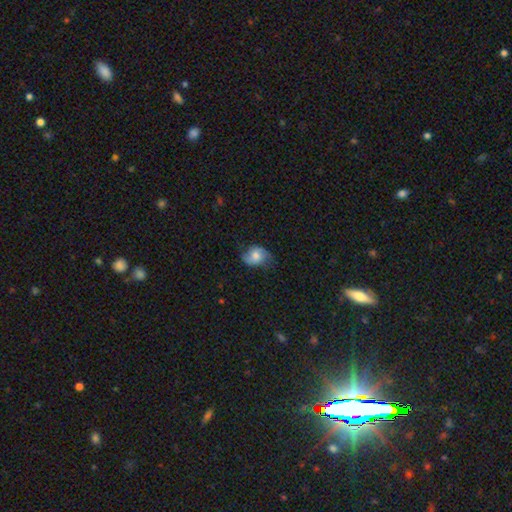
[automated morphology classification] smooth-or-featured: smooth: 56% | featured or disk: 36% | star or artifact: 8%
  how-rounded: in between: 66% | round: 33% | cigar-shaped: 1%
  merging: none: 65% | minor disturbance: 26% | major disturbance: 8% | merger: 1%